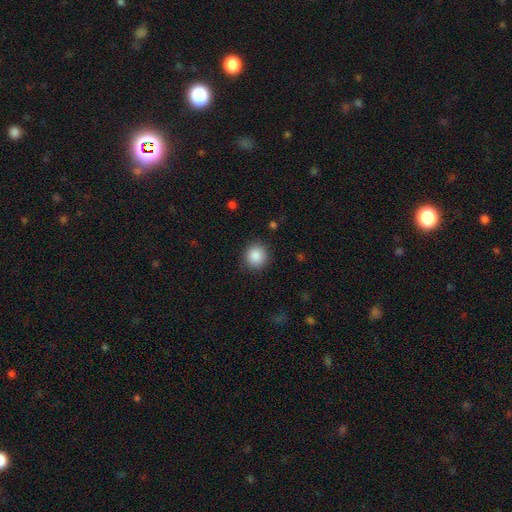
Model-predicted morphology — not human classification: smooth-or-featured: smooth: 88% | star or artifact: 9% | featured or disk: 4%
  how-rounded: round: 90% | in between: 9% | cigar-shaped: 1%
  merging: none: 89% | minor disturbance: 7% | major disturbance: 3% | merger: 1%